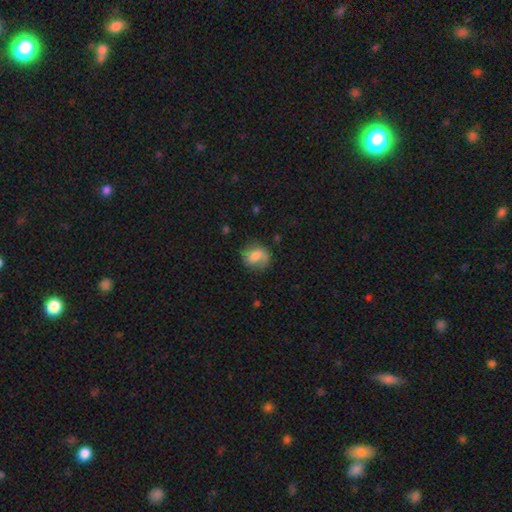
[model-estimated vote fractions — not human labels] The model was most divided on "how rounded": round: 64%, in between: 35%, cigar-shaped: 1%. More confident: merging — none (63%); smooth or featured — smooth (62%).